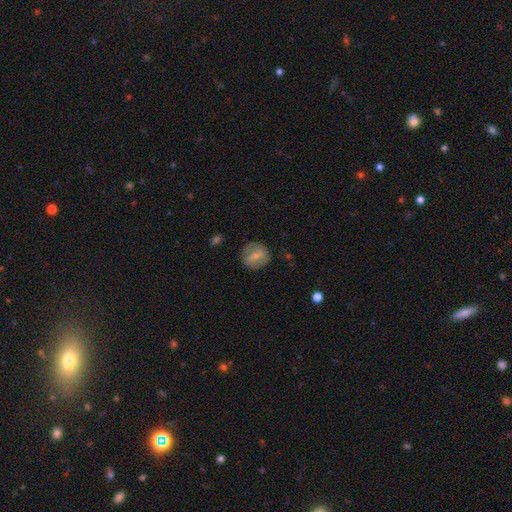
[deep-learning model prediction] Smooth or featured? Predicted: smooth (p=0.57). How rounded? Predicted: round (p=0.81). Merging? Predicted: none (p=0.82).